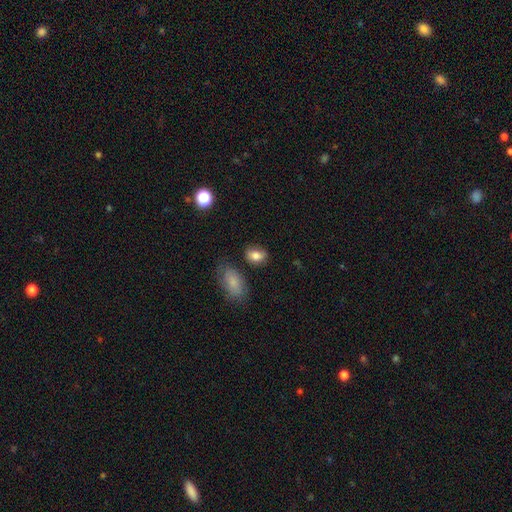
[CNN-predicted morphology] This appears to be a smooth galaxy with no disk features (81%) that is in between round and cigar-shaped (74%). Merging: none (69%).